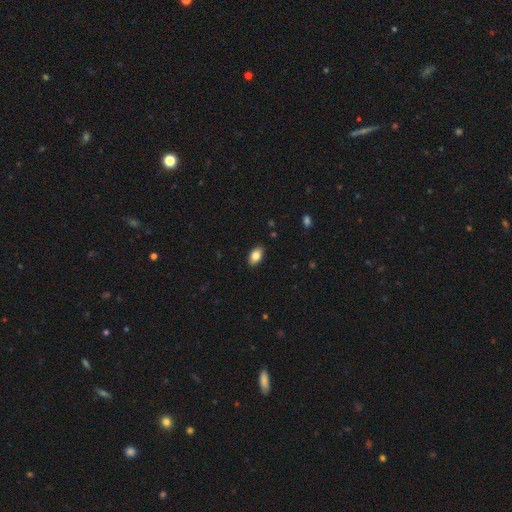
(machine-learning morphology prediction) Q: Smooth or featured?
A: smooth (84%); runner-up: featured or disk (8%)
Q: How rounded?
A: in between (91%); runner-up: round (8%)
Q: Merging?
A: none (88%); runner-up: minor disturbance (9%)